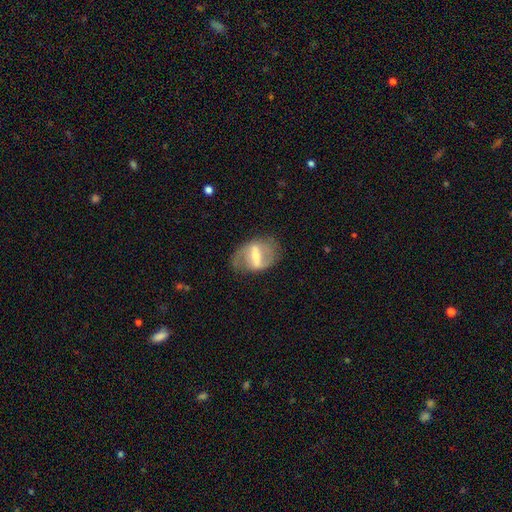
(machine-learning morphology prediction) featured or disk 77%, smooth 17%, star or artifact 6%. Down the decision tree: edge-on disk — no (93%); bar — strong (68%); spiral arms — yes (67%); bulge size — small (45%); merging — none (71%).